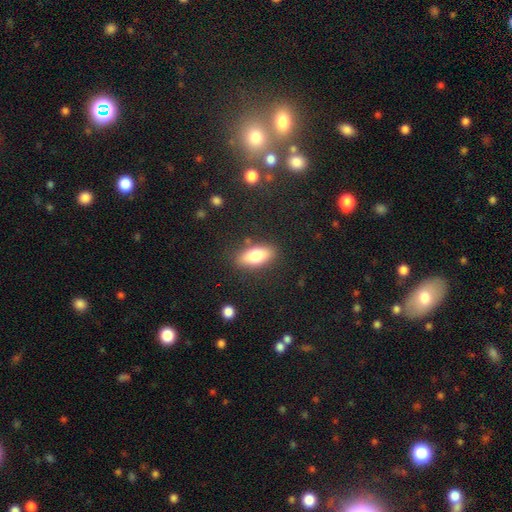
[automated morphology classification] smooth_or_featured: smooth (p=0.76) [alt: featured or disk p=0.17]
how_rounded: in between (p=0.80) [alt: cigar-shaped p=0.17]
merging: none (p=0.84) [alt: minor disturbance p=0.11]